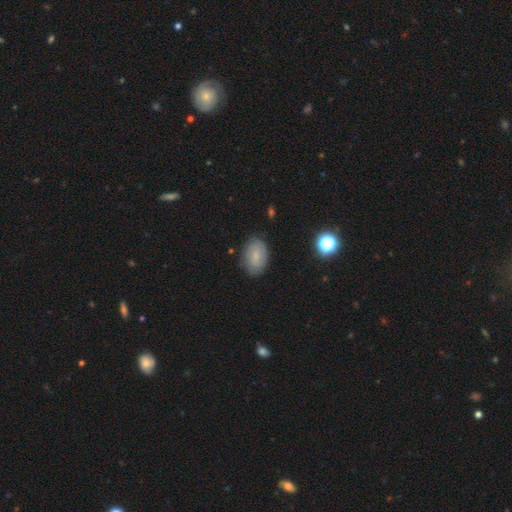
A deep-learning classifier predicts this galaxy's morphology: smooth 69%, featured or disk 22%, star or artifact 10%. Down the decision tree: how rounded — in between (87%); merging — none (80%).